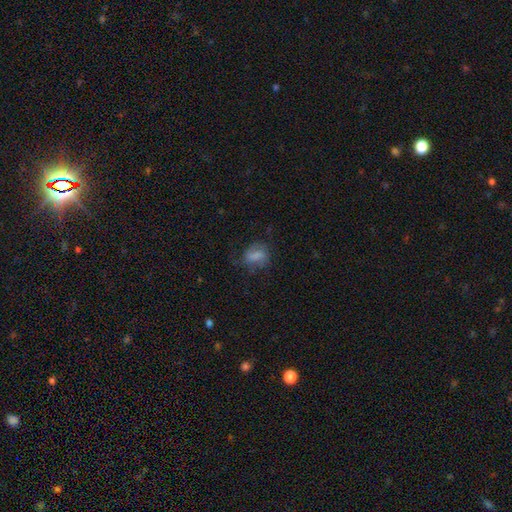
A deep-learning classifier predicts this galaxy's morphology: smooth_or_featured: smooth (p=0.66) [alt: featured or disk p=0.23]
how_rounded: in between (p=0.63) [alt: round p=0.34]
merging: none (p=0.52) [alt: minor disturbance p=0.26]